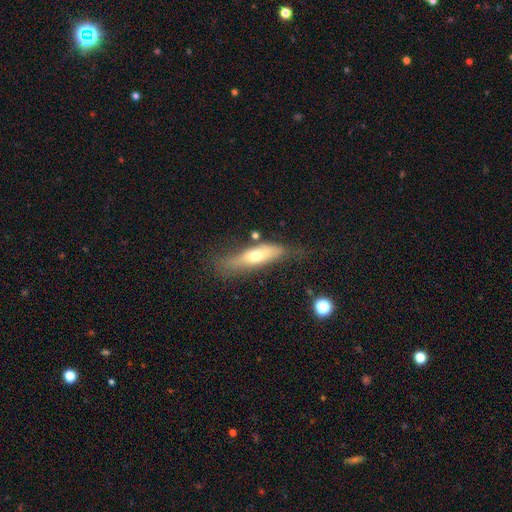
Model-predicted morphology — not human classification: Smooth or featured?
  - smooth: 52% *
  - featured or disk: 41%
  - star or artifact: 7%
How rounded?
  - cigar-shaped: 60% *
  - in between: 37%
  - round: 3%
Merging?
  - none: 57% *
  - minor disturbance: 26%
  - major disturbance: 12%
  - merger: 5%